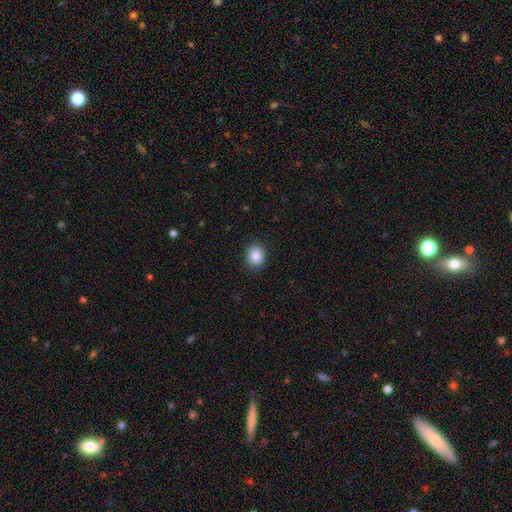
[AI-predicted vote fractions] smooth 88%, star or artifact 8%, featured or disk 3%. Down the decision tree: how rounded — round (69%); merging — none (88%).